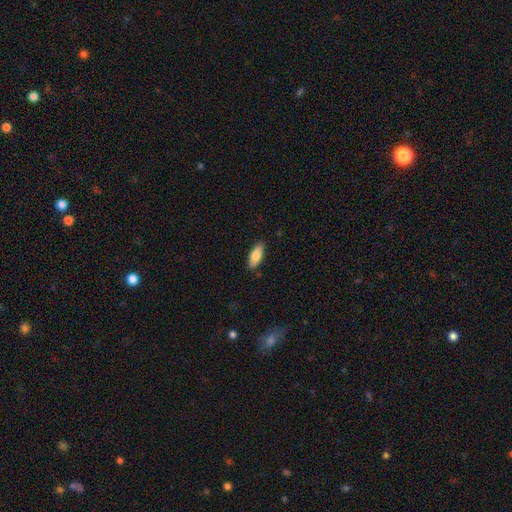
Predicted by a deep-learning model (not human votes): Smooth or featured? Predicted: smooth (p=0.79). How rounded? Predicted: in between (p=0.74). Merging? Predicted: none (p=0.88).